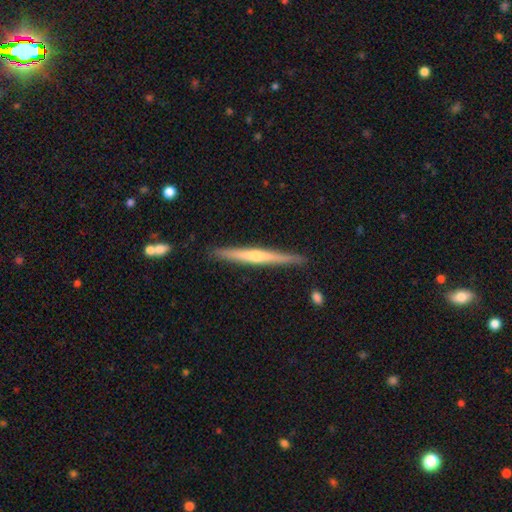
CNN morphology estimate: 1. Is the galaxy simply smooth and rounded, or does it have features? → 70% featured or disk, 25% smooth, 6% star or artifact.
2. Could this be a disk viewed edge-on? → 97% yes, 3% no.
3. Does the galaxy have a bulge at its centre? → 73% rounded, 23% none, 4% boxy.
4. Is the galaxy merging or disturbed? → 90% none, 7% minor disturbance, 2% merger, 1% major disturbance.